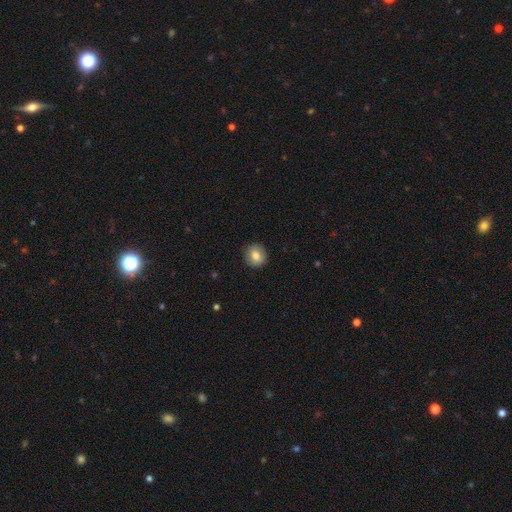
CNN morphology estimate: Smooth or featured? Predicted: smooth (p=0.79). How rounded? Predicted: round (p=0.90). Merging? Predicted: none (p=0.88).